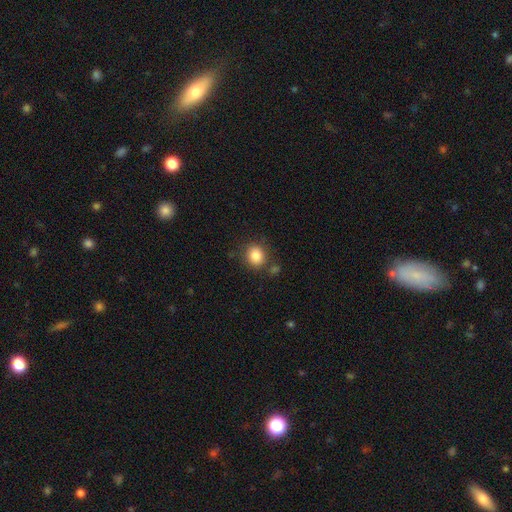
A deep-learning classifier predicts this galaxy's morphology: Smooth or featured: smooth — 84% (star or artifact — 10%)
How rounded: round — 74% (in between — 25%)
Merging: none — 79% (minor disturbance — 11%)